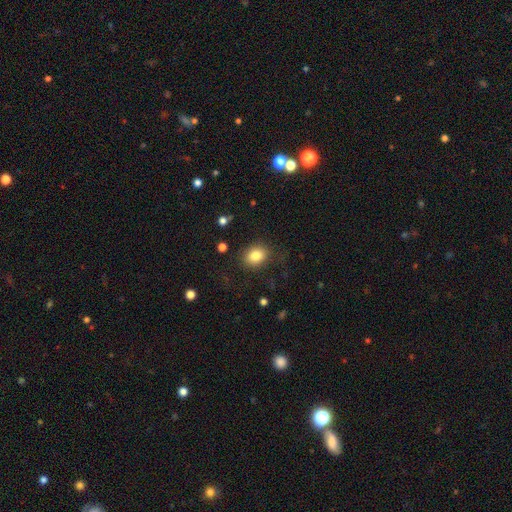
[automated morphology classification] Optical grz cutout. It shows a smooth galaxy with no disk features (83%) that is in between round and cigar-shaped (56%). Merging: none (82%).